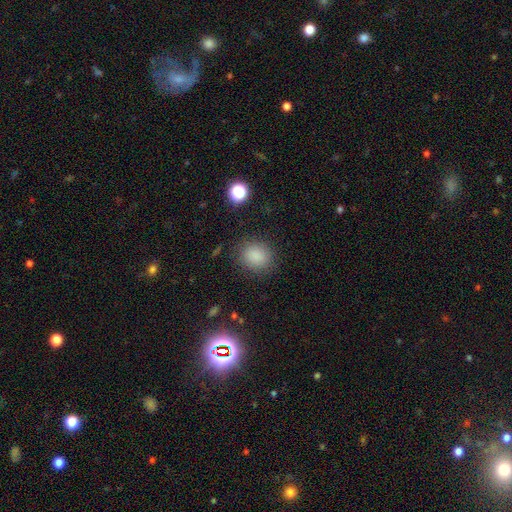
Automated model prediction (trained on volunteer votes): This appears to be a smooth galaxy with no disk features (85%) that is round (69%). Merging: none (84%).